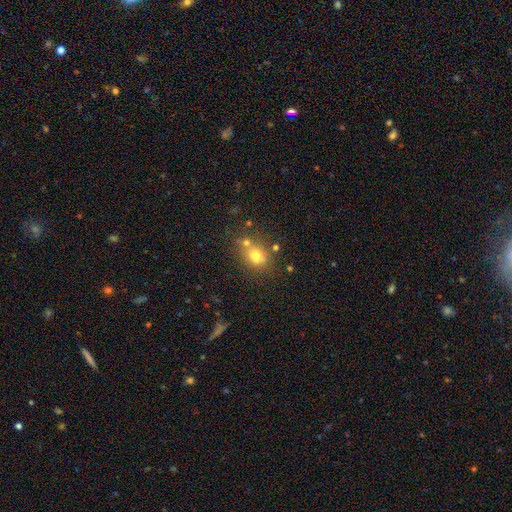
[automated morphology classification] A smooth galaxy with no disk features (70%) that is round (51%). Merging: none (58%).